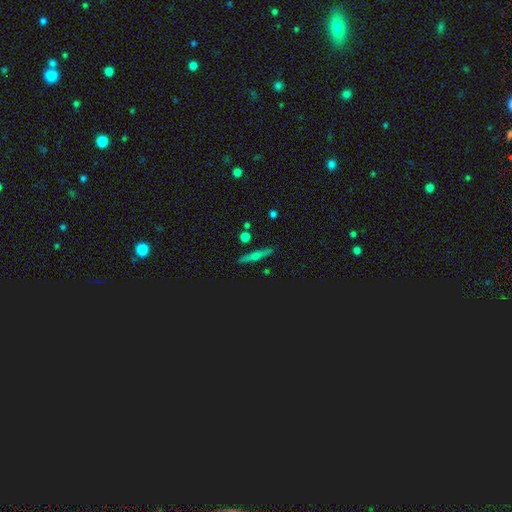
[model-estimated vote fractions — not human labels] Q: Smooth or featured?
A: featured or disk (48%); runner-up: smooth (31%)
Q: Merging?
A: none (88%); runner-up: minor disturbance (8%)